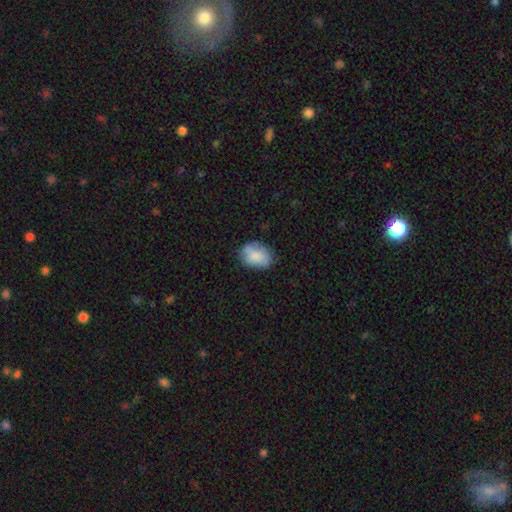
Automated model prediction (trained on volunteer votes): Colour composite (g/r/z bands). It shows a smooth galaxy with no disk features (80%) that is in between round and cigar-shaped (73%). Merging: none (69%).